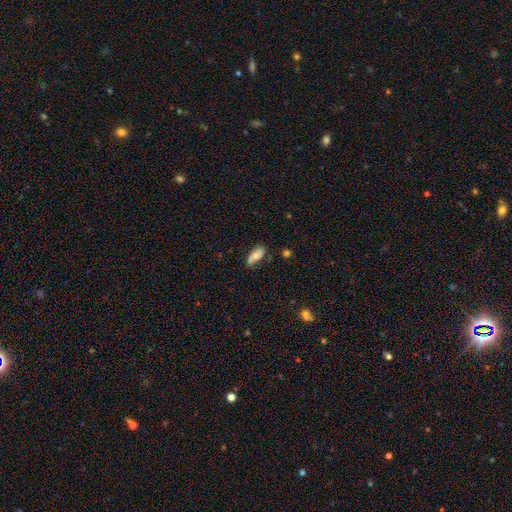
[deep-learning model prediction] A smooth galaxy with no disk features (59%) that is in between round and cigar-shaped (87%).

Vote fractions:
- Smooth or featured? smooth: 59% / featured or disk: 33% / star or artifact: 9%
- How rounded? in between: 87% / cigar-shaped: 9% / round: 4%
- Merging? none: 57% / minor disturbance: 28% / major disturbance: 9% / merger: 7%